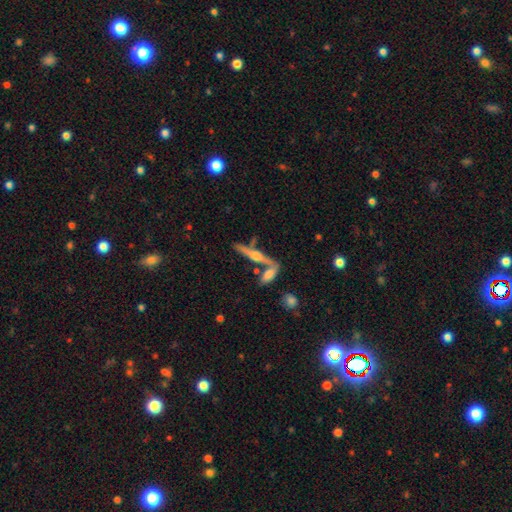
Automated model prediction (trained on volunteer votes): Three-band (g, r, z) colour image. It shows a featured or disk galaxy (75%) viewed edge-on (96%) with a rounded central bulge (93%). Merging: none (67%).